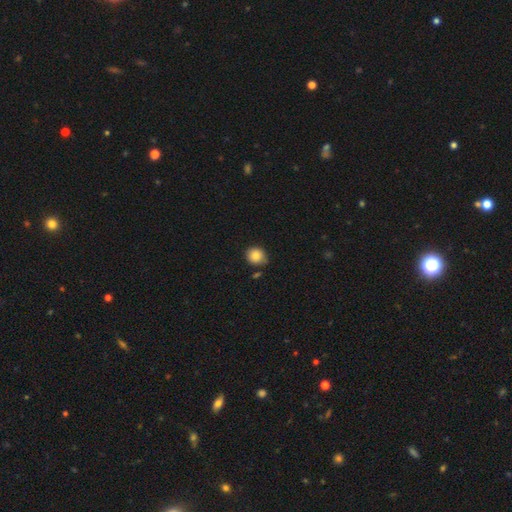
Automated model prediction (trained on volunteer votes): A smooth galaxy with no disk features (83%) that is round (82%).

Vote fractions:
- Smooth or featured? smooth: 83% / star or artifact: 10% / featured or disk: 7%
- How rounded? round: 82% / in between: 17% / cigar-shaped: 1%
- Merging? none: 72% / minor disturbance: 20% / merger: 5% / major disturbance: 3%